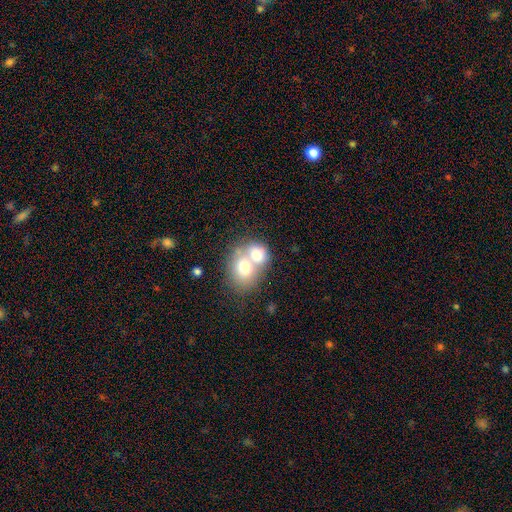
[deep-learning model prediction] A smooth galaxy with no disk features (69%) that is round (50%). Merging: merger (69%).